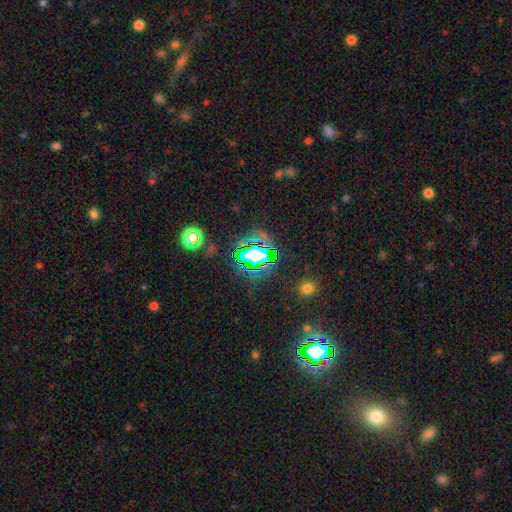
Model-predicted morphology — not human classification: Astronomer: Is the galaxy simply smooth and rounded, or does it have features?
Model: star or artifact — 67%.